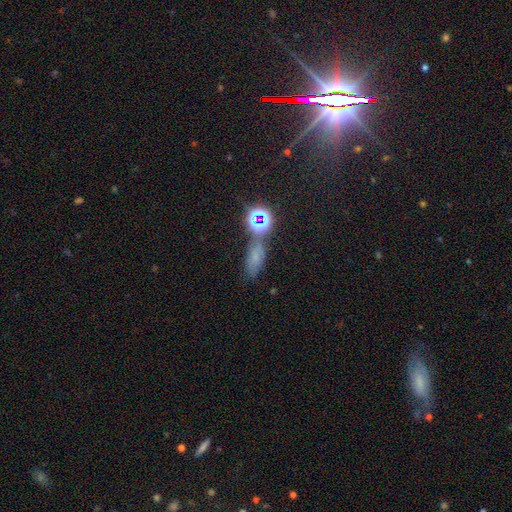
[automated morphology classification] smooth_or_featured: smooth (p=0.45) [alt: star or artifact p=0.39]
merging: none (p=0.60) [alt: minor disturbance p=0.18]